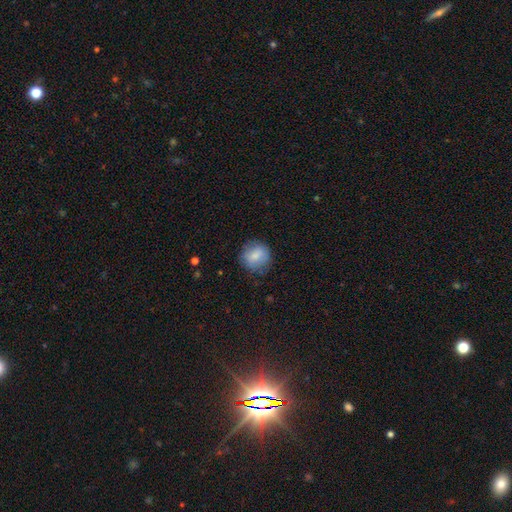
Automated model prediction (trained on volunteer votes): The model was most divided on "merging": none: 77%, minor disturbance: 17%, major disturbance: 5%, merger: 1%. More confident: how rounded — round (86%); smooth or featured — smooth (79%).